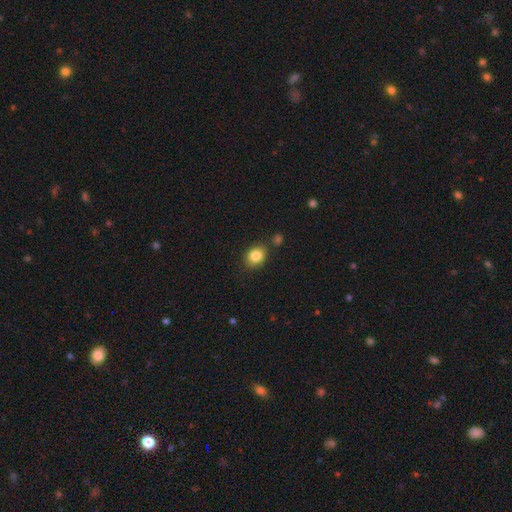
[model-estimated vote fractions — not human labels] Smooth or featured? smooth (84%)
How rounded? round (55%)
Merging? none (79%)